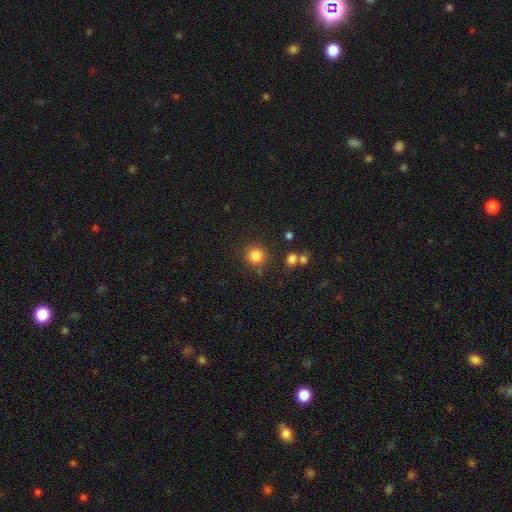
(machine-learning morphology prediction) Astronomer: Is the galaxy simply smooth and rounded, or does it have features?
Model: smooth — 84%.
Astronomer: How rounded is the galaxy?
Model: round — 92%.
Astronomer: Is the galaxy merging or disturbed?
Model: none — 83%.